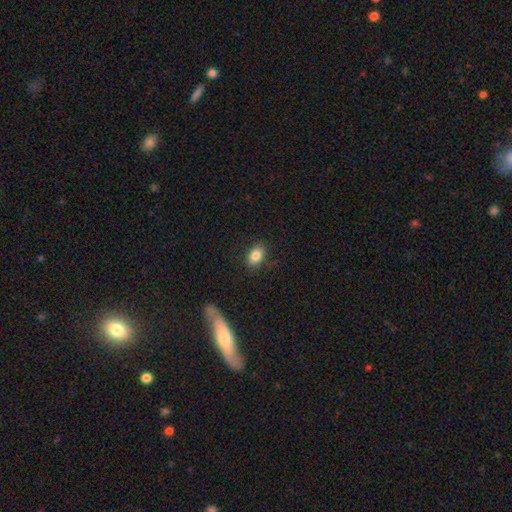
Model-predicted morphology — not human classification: Smooth or featured? Predicted: smooth (p=0.83). How rounded? Predicted: in between (p=0.83). Merging? Predicted: none (p=0.85).